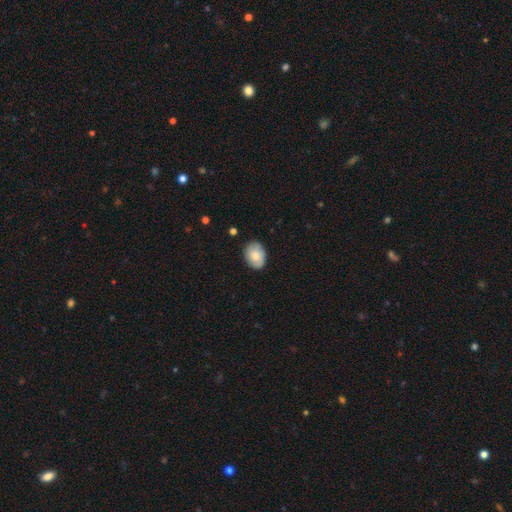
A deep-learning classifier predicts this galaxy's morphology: Smooth or featured? smooth (72%)
How rounded? in between (72%)
Merging? none (80%)